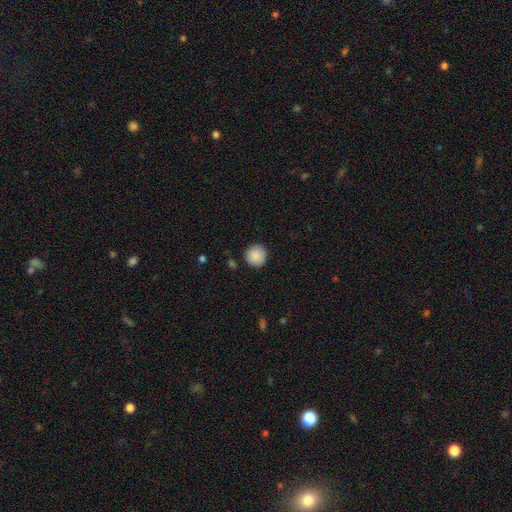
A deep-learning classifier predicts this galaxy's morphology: smooth-or-featured: smooth: 89% | star or artifact: 7% | featured or disk: 4%
  how-rounded: round: 95% | in between: 4% | cigar-shaped: 1%
  merging: none: 91% | minor disturbance: 6% | major disturbance: 2% | merger: 1%